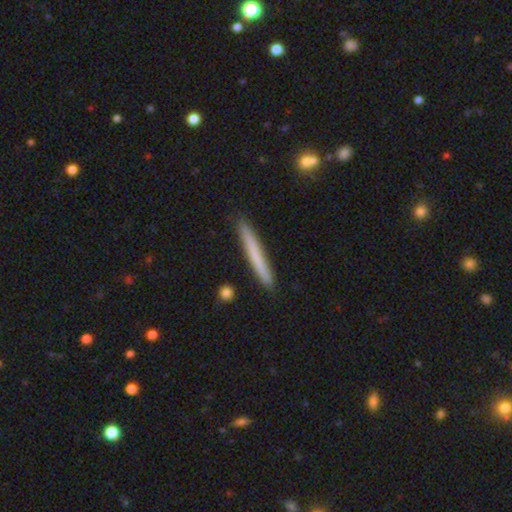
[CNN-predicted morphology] Smooth or featured?
  - smooth: 65% *
  - featured or disk: 29%
  - star or artifact: 6%
How rounded?
  - cigar-shaped: 97% *
  - in between: 2%
  - round: 1%
Merging?
  - none: 90% *
  - minor disturbance: 7%
  - merger: 1%
  - major disturbance: 1%